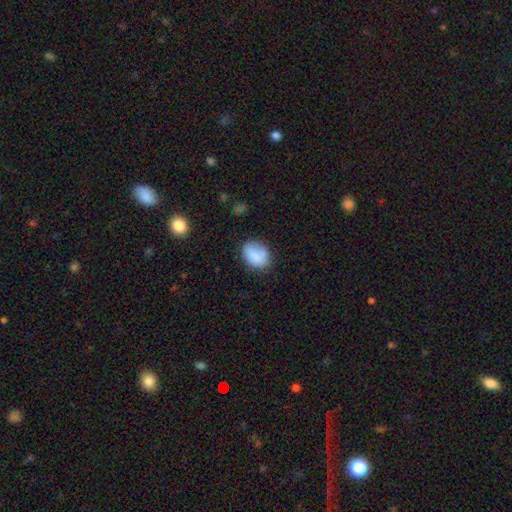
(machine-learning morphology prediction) Smooth or featured?
  - smooth: 82% *
  - featured or disk: 9%
  - star or artifact: 8%
How rounded?
  - in between: 65% *
  - round: 34%
  - cigar-shaped: 1%
Merging?
  - none: 66% *
  - minor disturbance: 24%
  - major disturbance: 7%
  - merger: 3%